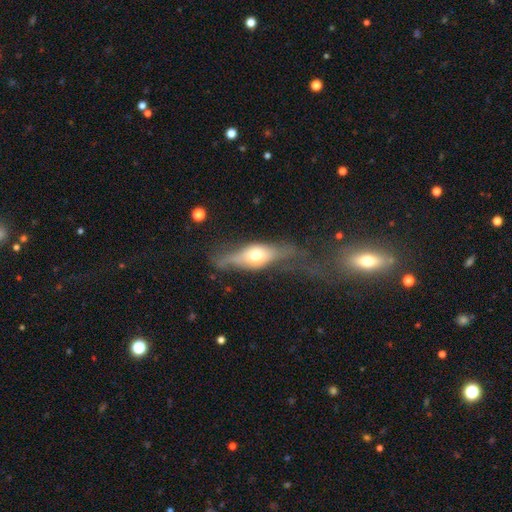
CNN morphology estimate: Smooth or featured? featured or disk (52%)
Edge-on disk? yes (59%)
Merging? major disturbance (40%)